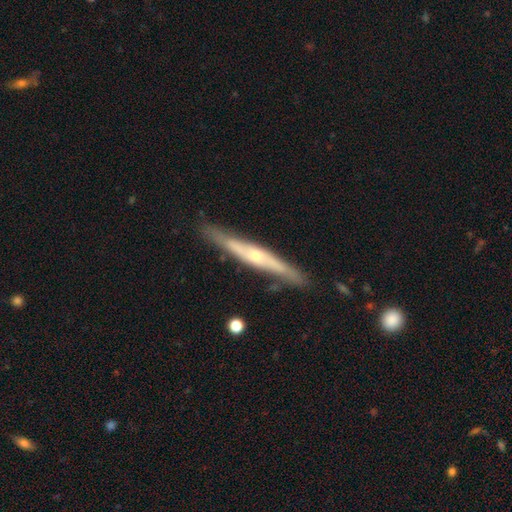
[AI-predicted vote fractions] Overall: featured or disk (70%). Edge-on disk: yes (89%). Edge-on bulge: rounded (76%). Merging: none (83%).